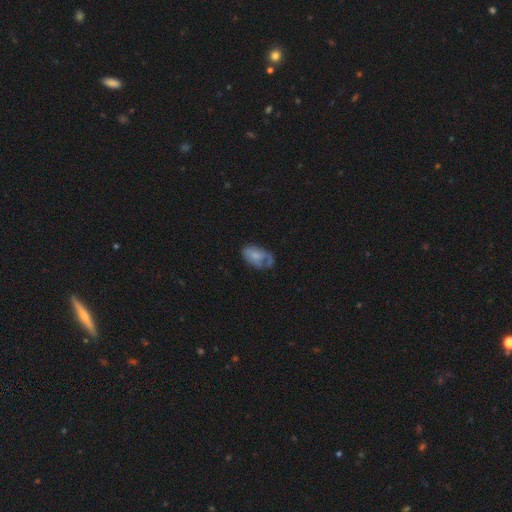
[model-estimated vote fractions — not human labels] Smooth or featured? Predicted: smooth (p=0.58). How rounded? Predicted: in between (p=0.91). Merging? Predicted: none (p=0.40).